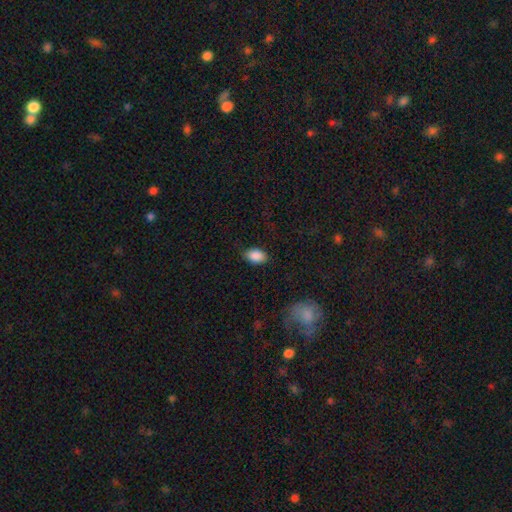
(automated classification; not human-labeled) smooth-or-featured: smooth: 88% | star or artifact: 8% | featured or disk: 4%
  how-rounded: in between: 88% | round: 11% | cigar-shaped: 1%
  merging: none: 80% | minor disturbance: 15% | major disturbance: 4% | merger: 1%